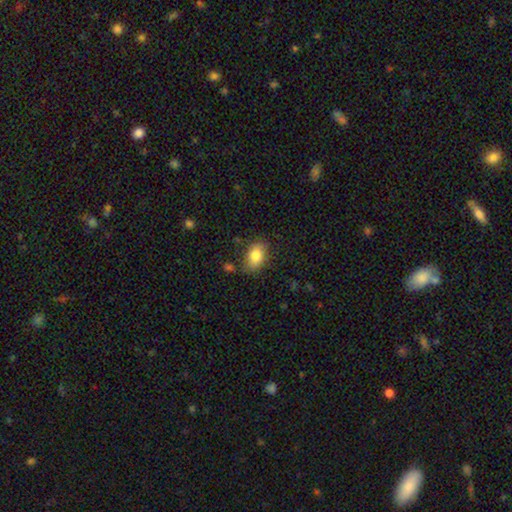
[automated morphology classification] Smooth or featured?
  - smooth: 83% *
  - featured or disk: 9%
  - star or artifact: 8%
How rounded?
  - in between: 85% *
  - round: 13%
  - cigar-shaped: 1%
Merging?
  - none: 76% *
  - minor disturbance: 17%
  - major disturbance: 4%
  - merger: 3%